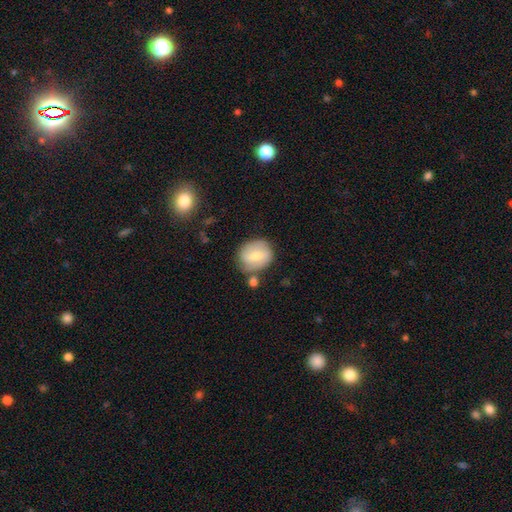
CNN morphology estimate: A smooth galaxy with no disk features (57%) that is round (72%).

Vote fractions:
- Smooth or featured? smooth: 57% / featured or disk: 36% / star or artifact: 7%
- How rounded? round: 72% / in between: 27% / cigar-shaped: 1%
- Merging? none: 69% / minor disturbance: 17% / merger: 9% / major disturbance: 5%